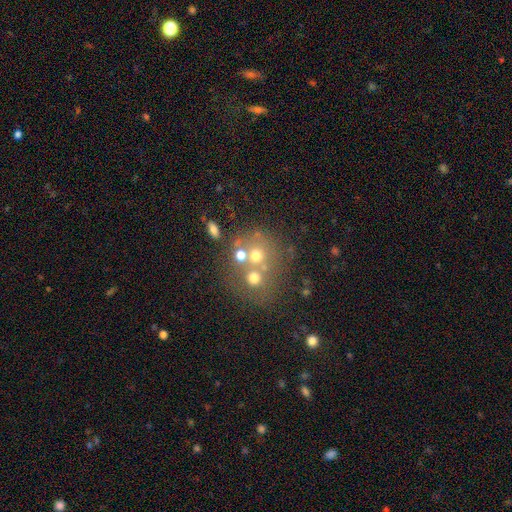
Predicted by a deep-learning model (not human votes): Smooth or featured: smooth — 54% (featured or disk — 26%)
How rounded: round — 81% (in between — 18%)
Merging: none — 46% (merger — 38%)